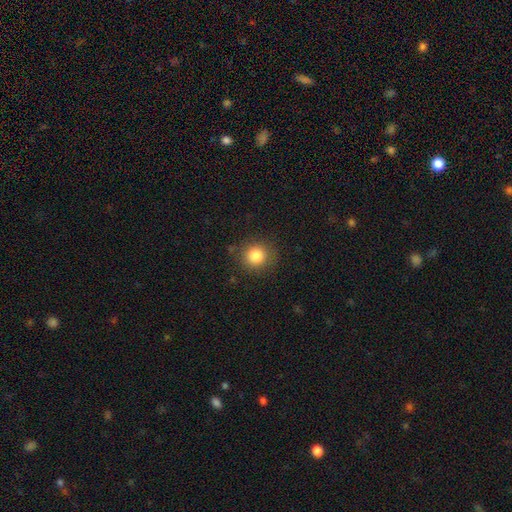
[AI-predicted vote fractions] Q: Smooth or featured?
A: smooth (83%); runner-up: star or artifact (11%)
Q: How rounded?
A: round (90%); runner-up: in between (9%)
Q: Merging?
A: none (86%); runner-up: minor disturbance (9%)